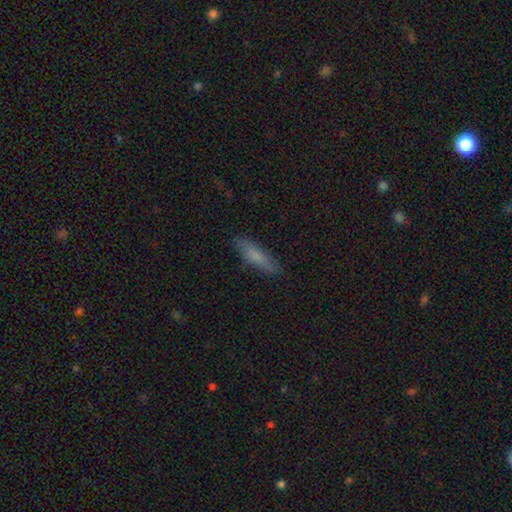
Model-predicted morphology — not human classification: A smooth galaxy with no disk features (77%) that is cigar-shaped (71%).

Vote fractions:
- Smooth or featured? smooth: 77% / featured or disk: 16% / star or artifact: 7%
- How rounded? cigar-shaped: 71% / in between: 27% / round: 2%
- Merging? none: 84% / minor disturbance: 12% / major disturbance: 3% / merger: 1%